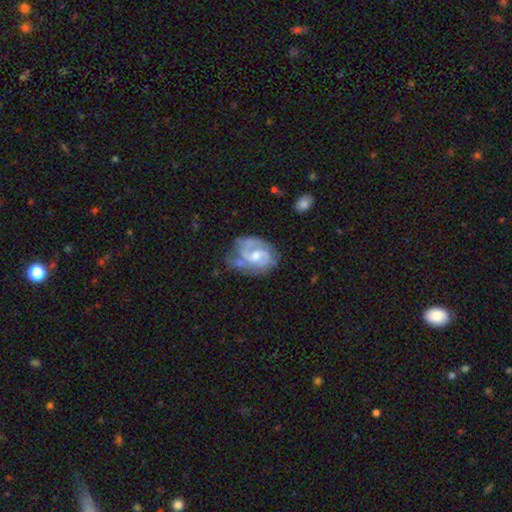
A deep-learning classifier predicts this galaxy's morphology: Smooth or featured? Predicted: featured or disk (p=0.79). Edge-on disk? Predicted: no (p=0.97). Bar? Predicted: weak (p=0.50). Spiral arms? Predicted: yes (p=0.91). Spiral winding? Predicted: medium (p=0.44). Spiral arm count? Predicted: 2 (p=0.64). Bulge size? Predicted: moderate (p=0.54). Merging? Predicted: none (p=0.52).